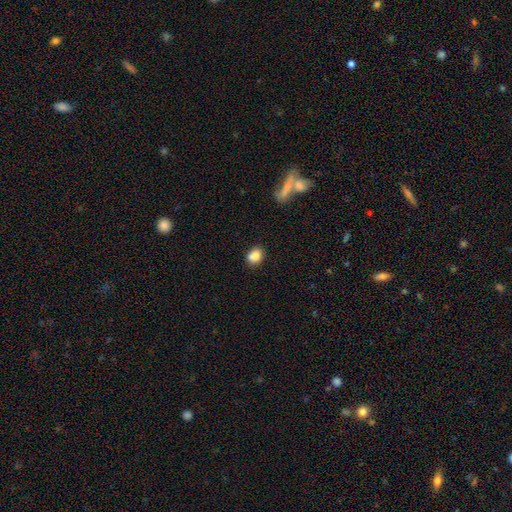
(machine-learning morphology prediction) Overall: smooth (83%). How rounded: in between (52%; round 46%). Merging: none (64%).